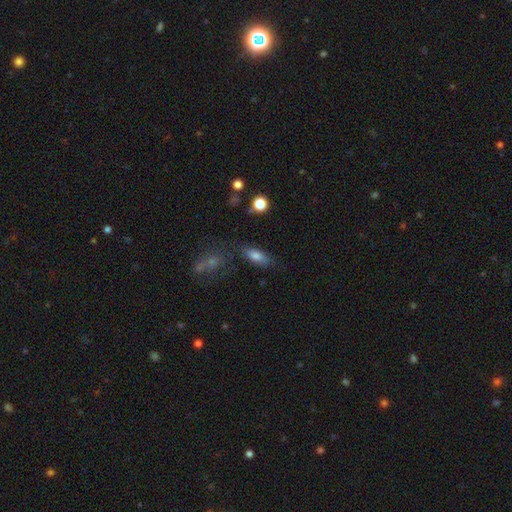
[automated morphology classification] smooth-or-featured: smooth: 79% | featured or disk: 12% | star or artifact: 9%
  how-rounded: in between: 78% | cigar-shaped: 18% | round: 4%
  merging: none: 76% | minor disturbance: 15% | major disturbance: 5% | merger: 4%